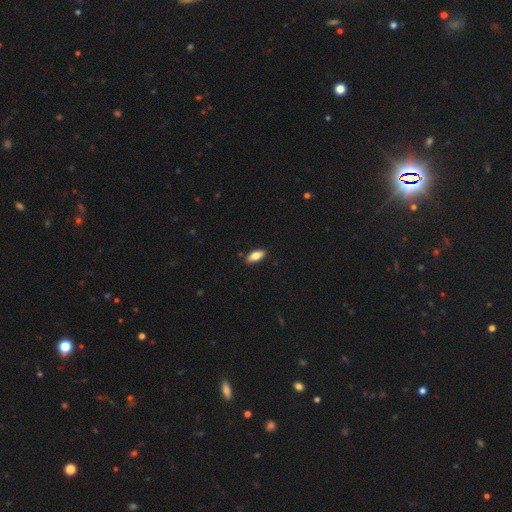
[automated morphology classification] This appears to be a smooth galaxy with no disk features (78%) that is in between round and cigar-shaped (82%). Merging: none (87%).